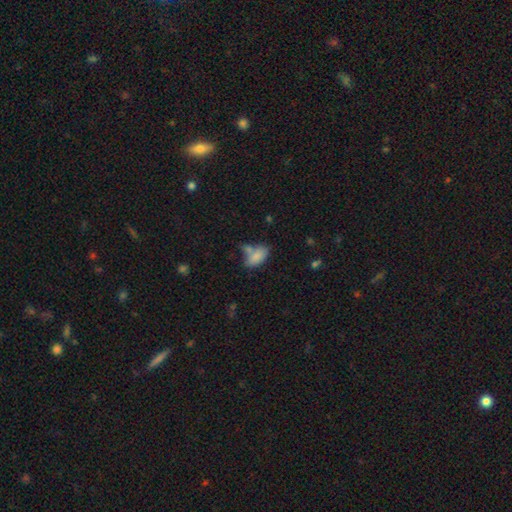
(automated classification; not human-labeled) smooth-or-featured: smooth: 83% | featured or disk: 9% | star or artifact: 8%
  how-rounded: in between: 92% | cigar-shaped: 4% | round: 4%
  merging: none: 46% | merger: 28% | minor disturbance: 18% | major disturbance: 7%